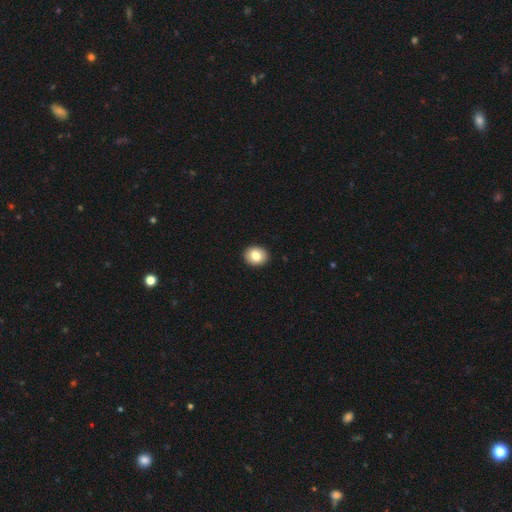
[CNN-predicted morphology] smooth_or_featured: smooth (p=0.82) [alt: featured or disk p=0.10]
how_rounded: round (p=0.66) [alt: in between p=0.33]
merging: none (p=0.93) [alt: minor disturbance p=0.05]